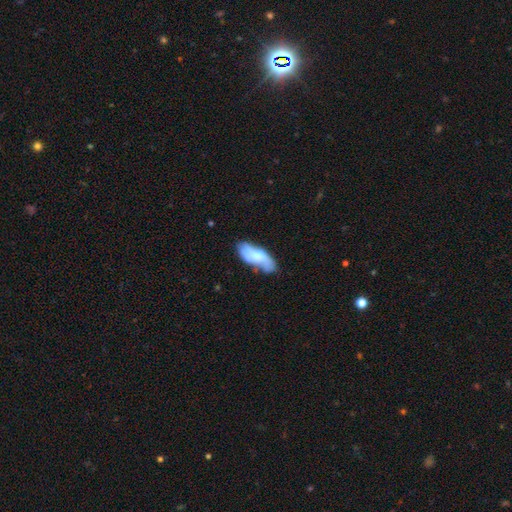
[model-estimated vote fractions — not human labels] Overall: smooth (55%; featured or disk 38%). How rounded: in between (81%). Merging: none (52%; minor disturbance 30%).